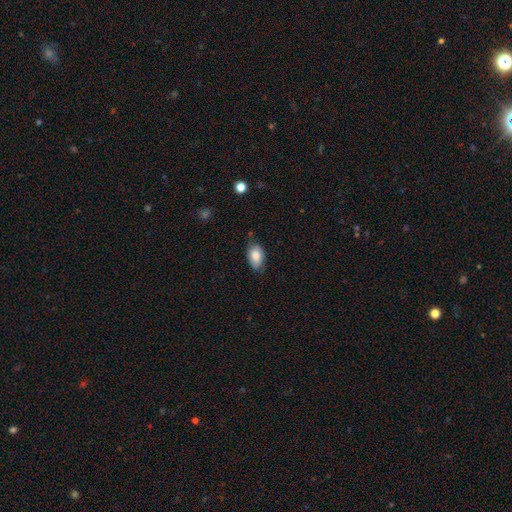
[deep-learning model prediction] Smooth or featured? smooth (78%)
How rounded? in between (91%)
Merging? none (66%)